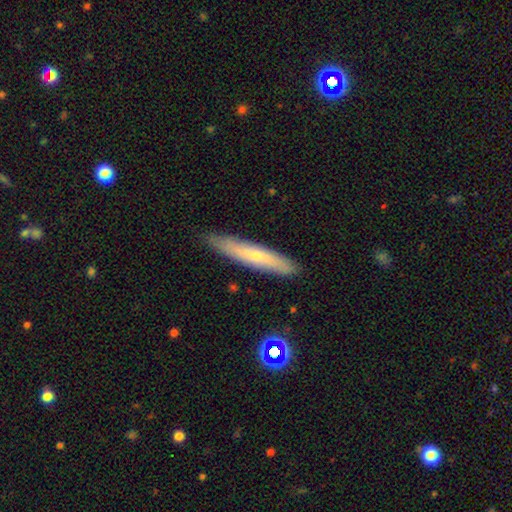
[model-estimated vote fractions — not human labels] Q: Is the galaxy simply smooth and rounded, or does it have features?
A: smooth — 54%.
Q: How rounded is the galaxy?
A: cigar-shaped — 91%.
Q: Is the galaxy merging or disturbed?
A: none — 83%.